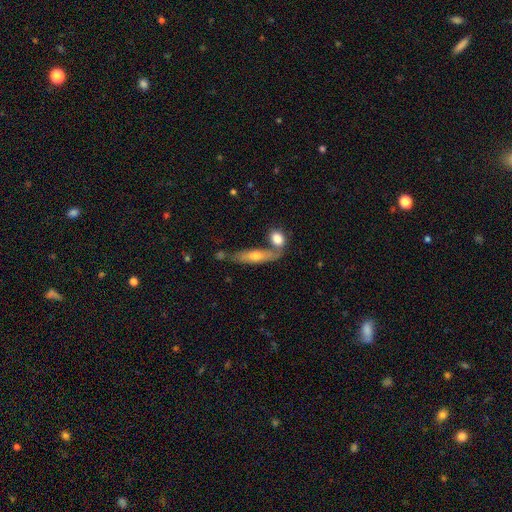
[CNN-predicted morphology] The model was most divided on "smooth or featured": smooth: 56%, featured or disk: 38%, star or artifact: 7%. More confident: how rounded — cigar-shaped (60%); merging — none (55%).